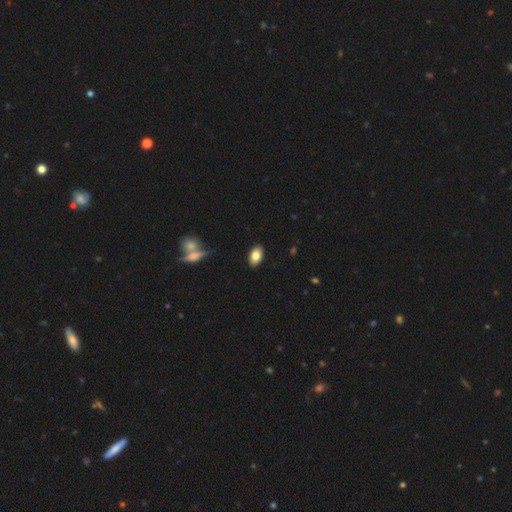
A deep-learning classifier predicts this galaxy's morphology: Smooth or featured: smooth — 82% (featured or disk — 11%)
How rounded: in between — 92% (round — 6%)
Merging: none — 88% (minor disturbance — 8%)